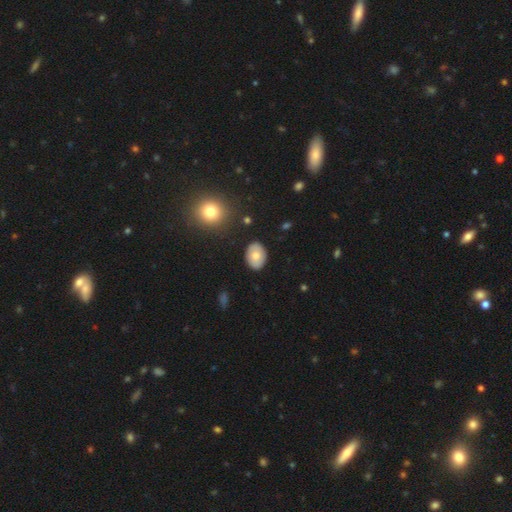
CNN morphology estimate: Q: Smooth or featured?
A: smooth (74%); runner-up: featured or disk (19%)
Q: How rounded?
A: in between (79%); runner-up: round (20%)
Q: Merging?
A: none (87%); runner-up: minor disturbance (10%)